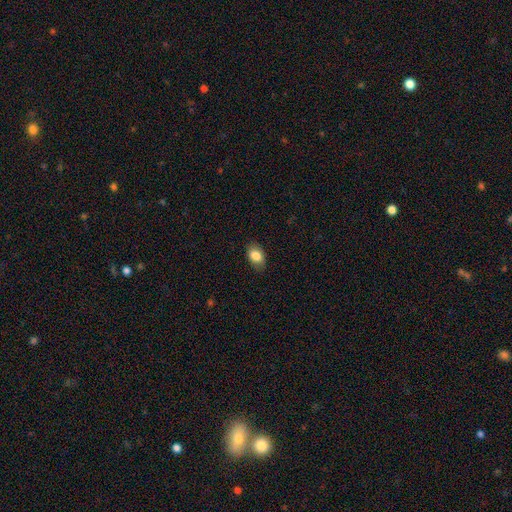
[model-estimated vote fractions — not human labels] smooth 85%, star or artifact 8%, featured or disk 7%. Down the decision tree: how rounded — in between (85%); merging — none (82%).